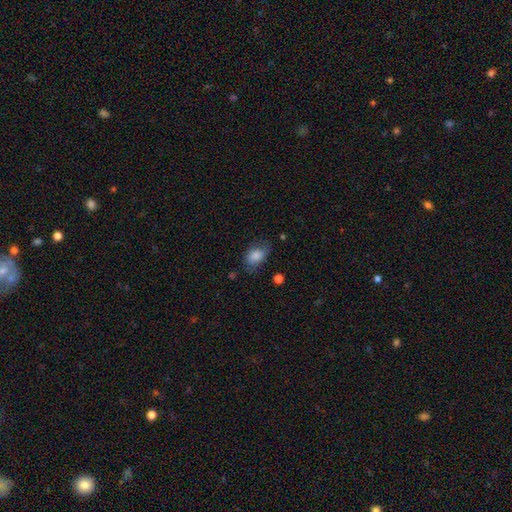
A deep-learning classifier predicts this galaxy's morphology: This is clearly a smooth galaxy (83%). How rounded: clearly in between (85%). Merging: possibly none (59%).